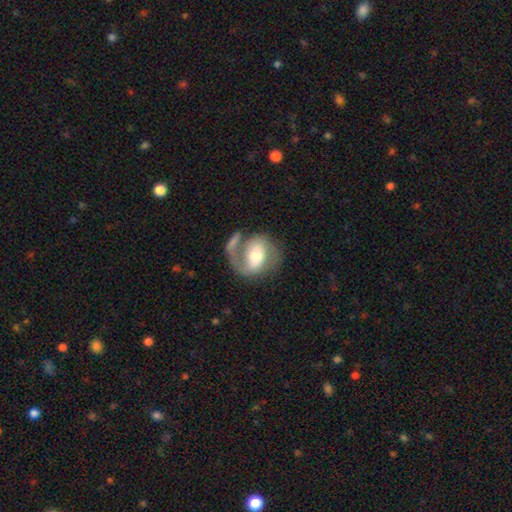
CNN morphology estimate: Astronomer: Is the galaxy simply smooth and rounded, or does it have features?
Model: featured or disk — 69%.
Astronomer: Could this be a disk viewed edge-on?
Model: no — 97%.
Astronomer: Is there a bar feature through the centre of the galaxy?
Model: weak — 40% (runner-up: no, 33%).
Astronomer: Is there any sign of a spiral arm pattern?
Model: yes — 83%.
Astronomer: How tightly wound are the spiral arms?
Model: medium — 46% (runner-up: loose, 32%).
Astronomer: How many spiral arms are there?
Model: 2 — 72%.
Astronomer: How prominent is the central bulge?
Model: moderate — 67%.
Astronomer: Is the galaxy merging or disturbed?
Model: none — 47%.